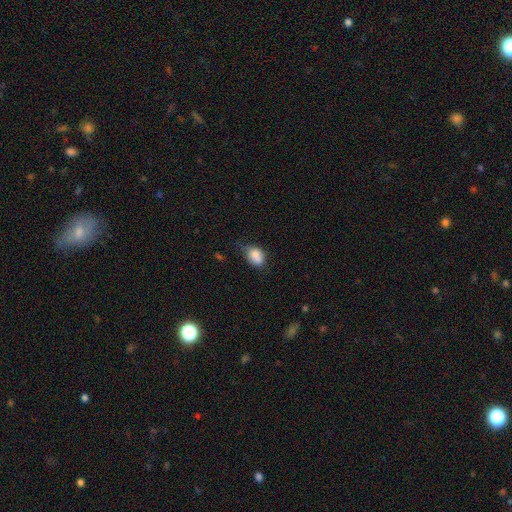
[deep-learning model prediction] Smooth or featured?
  - smooth: 83% *
  - star or artifact: 9%
  - featured or disk: 8%
How rounded?
  - in between: 72% *
  - round: 26%
  - cigar-shaped: 1%
Merging?
  - none: 45% *
  - minor disturbance: 38%
  - major disturbance: 11%
  - merger: 6%